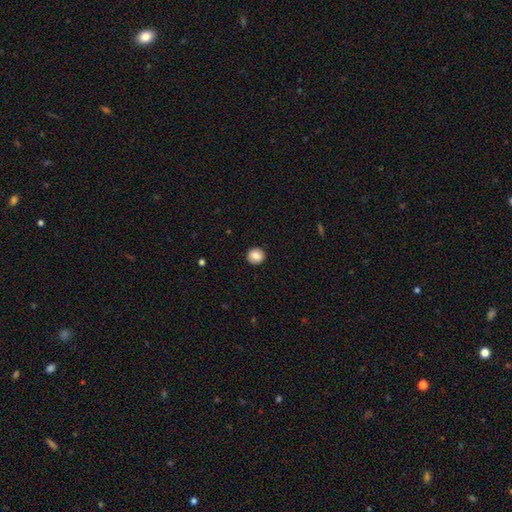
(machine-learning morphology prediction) smooth-or-featured: smooth: 84% | star or artifact: 8% | featured or disk: 8%
  how-rounded: round: 90% | in between: 9% | cigar-shaped: 1%
  merging: none: 92% | minor disturbance: 6% | major disturbance: 2% | merger: 1%